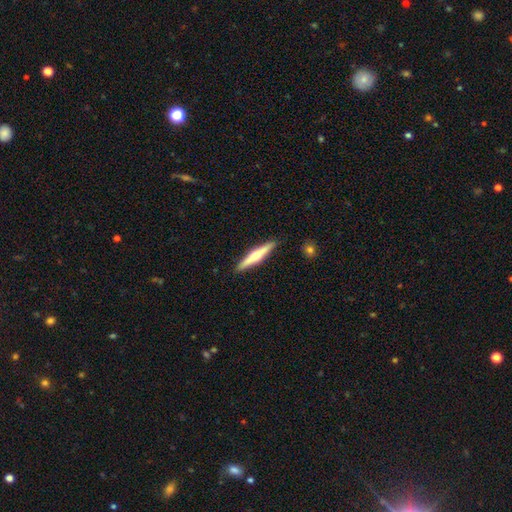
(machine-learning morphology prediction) Smooth or featured?
  - featured or disk: 56% *
  - smooth: 39%
  - star or artifact: 5%
Edge-on disk?
  - yes: 97% *
  - no: 3%
Edge-on bulge?
  - rounded: 86% *
  - none: 9%
  - boxy: 5%
Merging?
  - none: 90% *
  - minor disturbance: 7%
  - major disturbance: 1%
  - merger: 1%